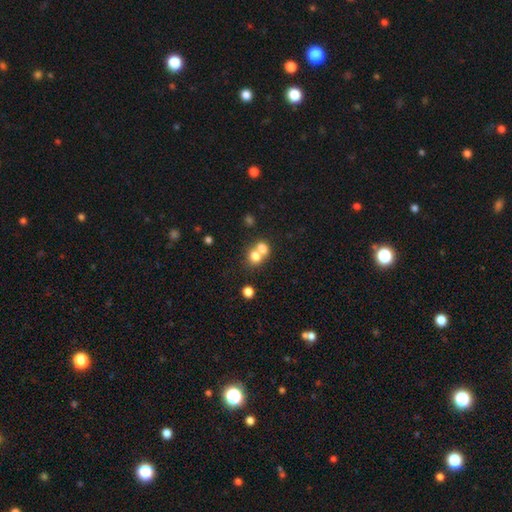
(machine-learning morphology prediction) This is likely a smooth galaxy (74%). How rounded: likely round (69%). Merging: likely merger (64%).